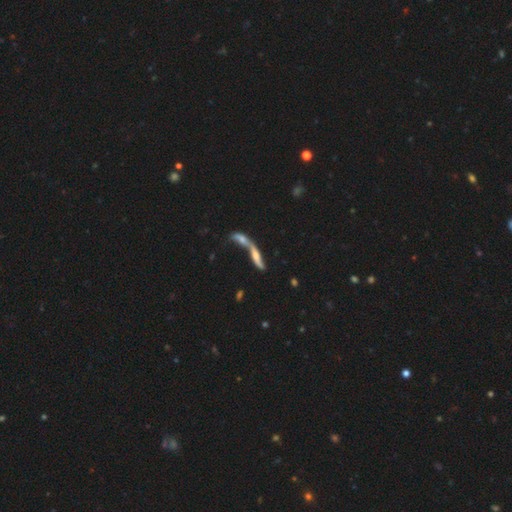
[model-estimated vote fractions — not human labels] A featured or disk galaxy (56%) viewed edge-on (53%).

Vote fractions:
- Smooth or featured? featured or disk: 56% / smooth: 35% / star or artifact: 9%
- Edge-on disk? yes: 53% / no: 47%
- Merging? merger: 71% / none: 16% / minor disturbance: 6% / major disturbance: 6%